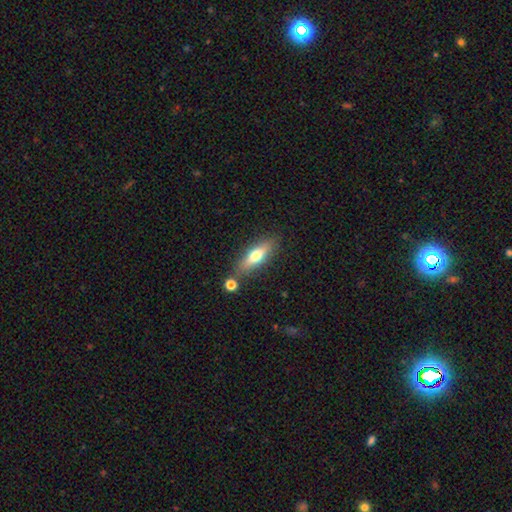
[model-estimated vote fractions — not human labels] Morphology: type=smooth (61%); roundness=cigar-shaped (50%); merging=none (76%).